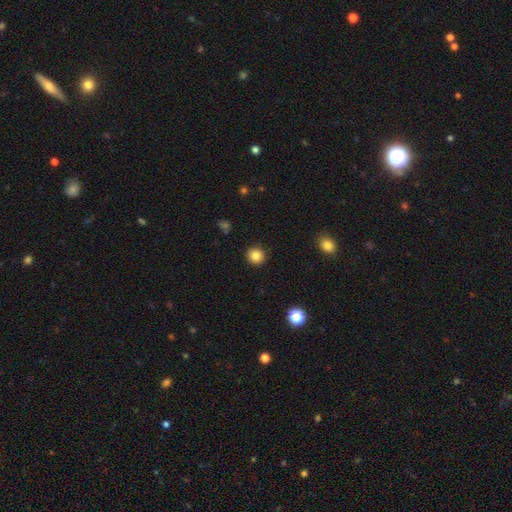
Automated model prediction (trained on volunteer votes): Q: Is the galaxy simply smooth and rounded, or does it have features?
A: smooth — 83%.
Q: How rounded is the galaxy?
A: round — 91%.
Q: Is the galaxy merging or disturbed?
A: none — 91%.